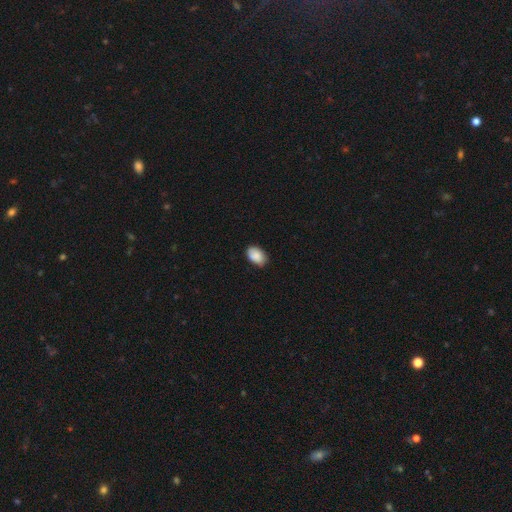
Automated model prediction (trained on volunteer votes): Smooth or featured?
  - smooth: 89% *
  - star or artifact: 7%
  - featured or disk: 4%
How rounded?
  - in between: 88% *
  - round: 11%
  - cigar-shaped: 1%
Merging?
  - none: 79% *
  - minor disturbance: 17%
  - major disturbance: 3%
  - merger: 1%